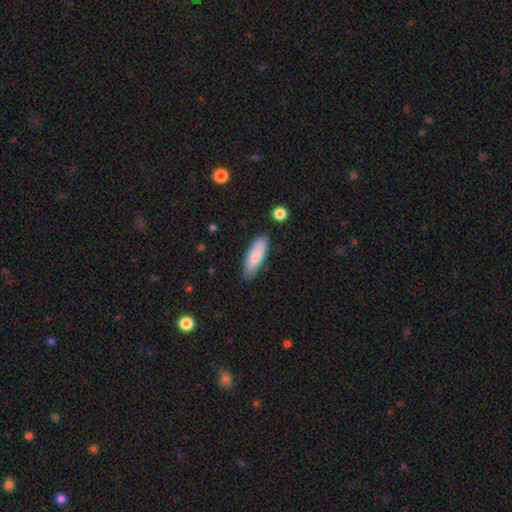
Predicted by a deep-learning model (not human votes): This is clearly a smooth galaxy (81%). How rounded: possibly in between (58%). Merging: clearly none (82%).